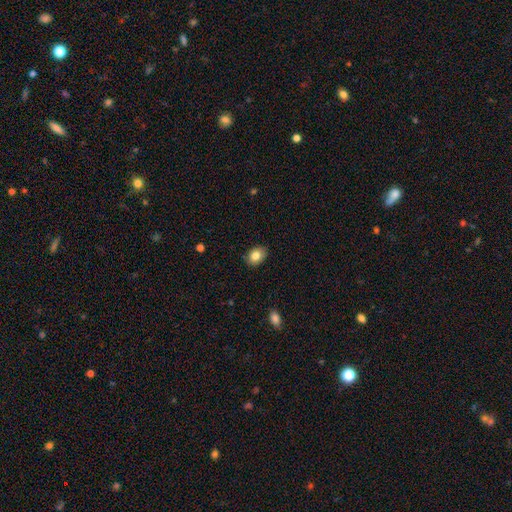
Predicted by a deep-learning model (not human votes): This appears to be a smooth galaxy with no disk features (82%) that is in between round and cigar-shaped (66%). Merging: none (85%).